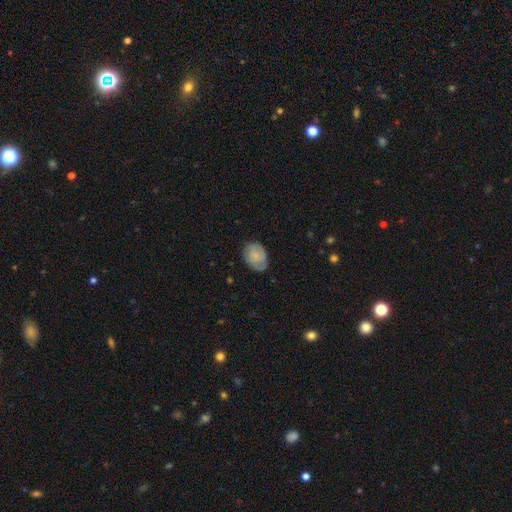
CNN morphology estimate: smooth 59%, featured or disk 34%, star or artifact 7%. Down the decision tree: how rounded — in between (67%); merging — none (69%).